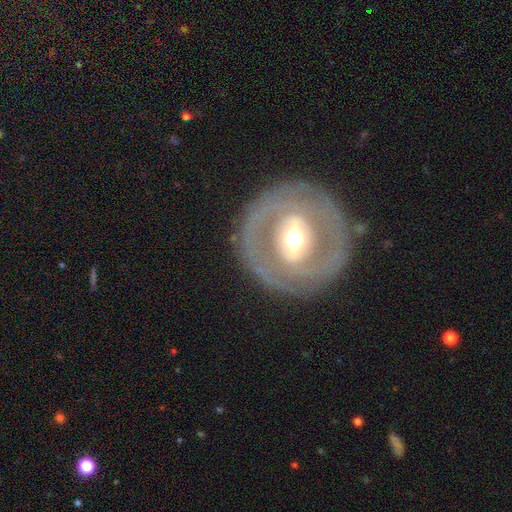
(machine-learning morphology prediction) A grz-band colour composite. It shows a featured or disk galaxy (73%) with a strong bar (39%), no spiral arms (55%) and a moderate central bulge (66%). Merging: none (82%).